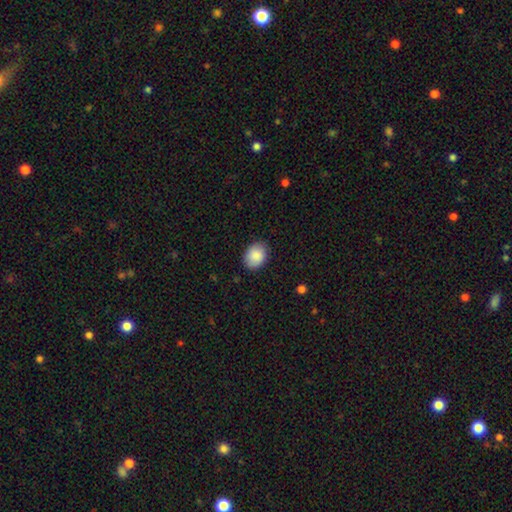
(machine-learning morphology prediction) A smooth galaxy with no disk features (88%) that is in between round and cigar-shaped (71%).

Vote fractions:
- Smooth or featured? smooth: 88% / star or artifact: 6% / featured or disk: 6%
- How rounded? in between: 71% / round: 28% / cigar-shaped: 1%
- Merging? none: 86% / minor disturbance: 11% / major disturbance: 2% / merger: 1%